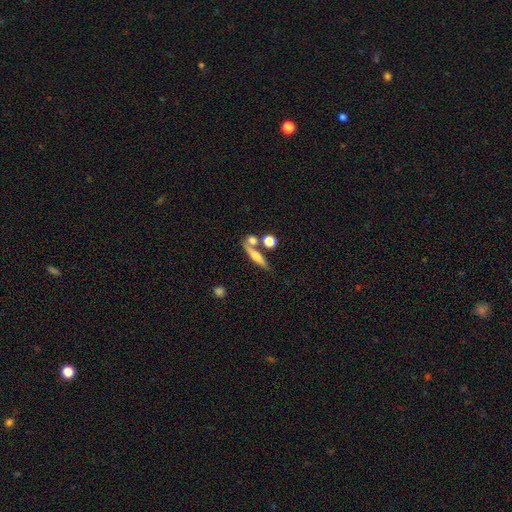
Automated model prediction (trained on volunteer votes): Q: Smooth or featured?
A: smooth (53%); runner-up: featured or disk (38%)
Q: How rounded?
A: cigar-shaped (64%); runner-up: in between (25%)
Q: Merging?
A: none (57%); runner-up: merger (25%)